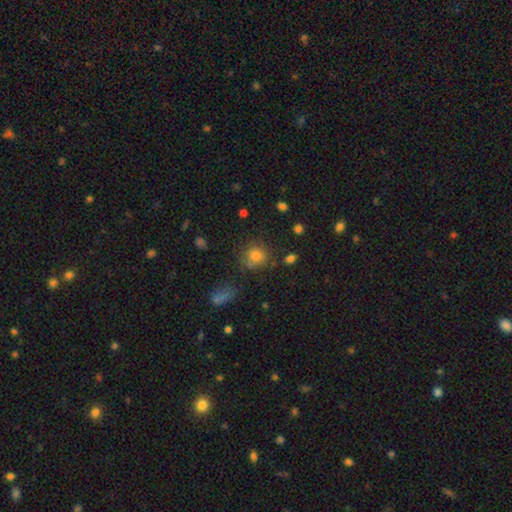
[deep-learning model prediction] Morphology: type=smooth (78%); roundness=round (83%); merging=none (70%).